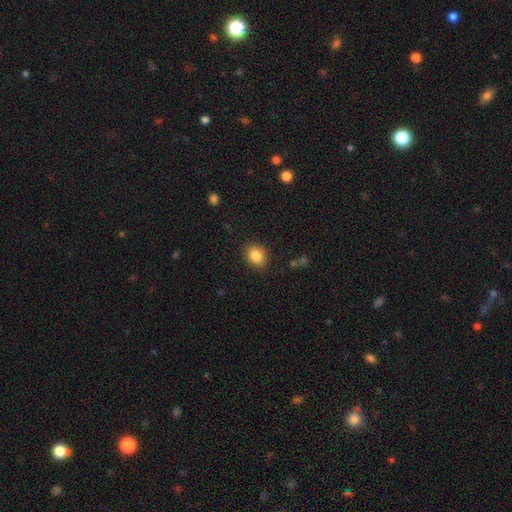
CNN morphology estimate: A smooth galaxy with no disk features (85%) that is in between round and cigar-shaped (50%). Merging: none (87%).